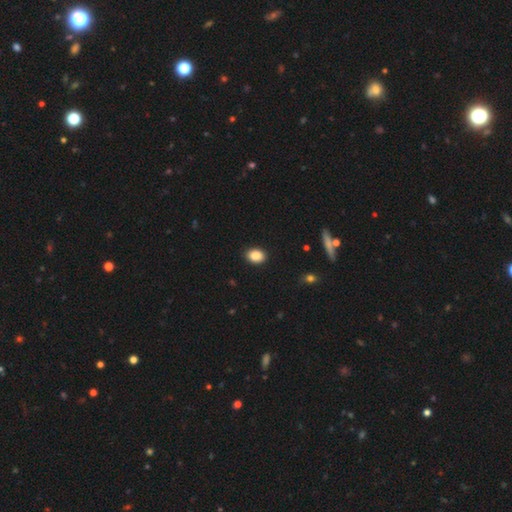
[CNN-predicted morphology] The model was most divided on "how rounded": in between: 74%, round: 25%, cigar-shaped: 1%. More confident: merging — none (89%); smooth or featured — smooth (87%).